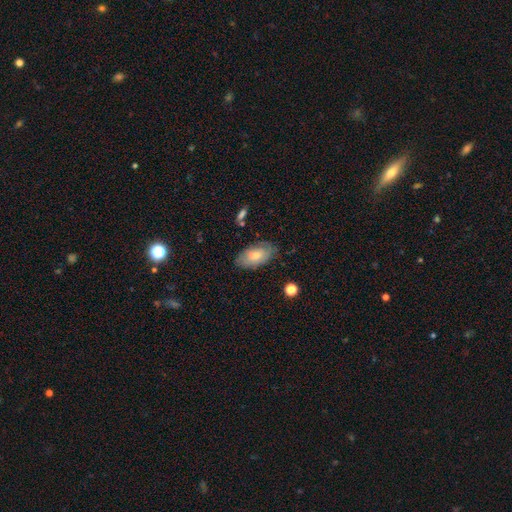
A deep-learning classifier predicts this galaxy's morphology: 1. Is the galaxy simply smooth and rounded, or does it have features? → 69% smooth, 24% featured or disk, 7% star or artifact.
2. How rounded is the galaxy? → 94% in between, 3% round, 3% cigar-shaped.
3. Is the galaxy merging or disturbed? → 76% none, 18% minor disturbance, 4% major disturbance, 2% merger.